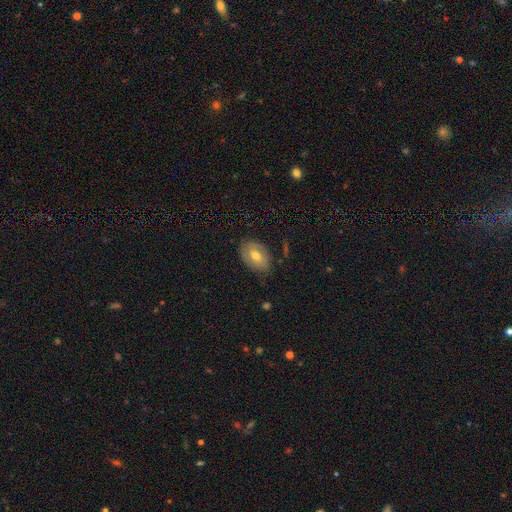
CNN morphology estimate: Overall: smooth (58%; featured or disk 34%). How rounded: in between (85%). Merging: none (77%).